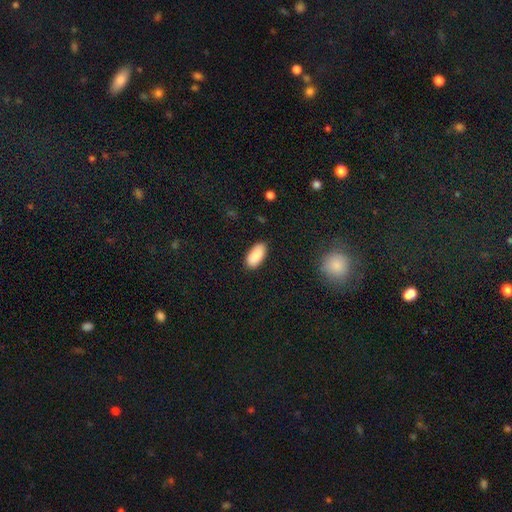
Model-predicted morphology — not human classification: smooth-or-featured: smooth: 90% | star or artifact: 6% | featured or disk: 4%
  how-rounded: in between: 93% | cigar-shaped: 5% | round: 2%
  merging: none: 87% | minor disturbance: 10% | major disturbance: 2% | merger: 1%